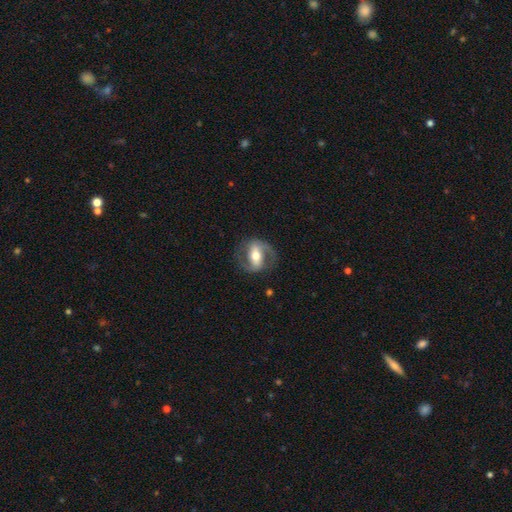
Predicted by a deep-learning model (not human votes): This is likely a featured or disk galaxy (79%). It is clearly not viewed edge-on (95%). Bar: possibly strong (53%). Spiral arm pattern: clearly yes (86%). Spiral arm count: clearly 2 (89%). Spiral winding: possibly medium (52%). Central bulge: likely moderate (69%). Merging: likely none (78%).